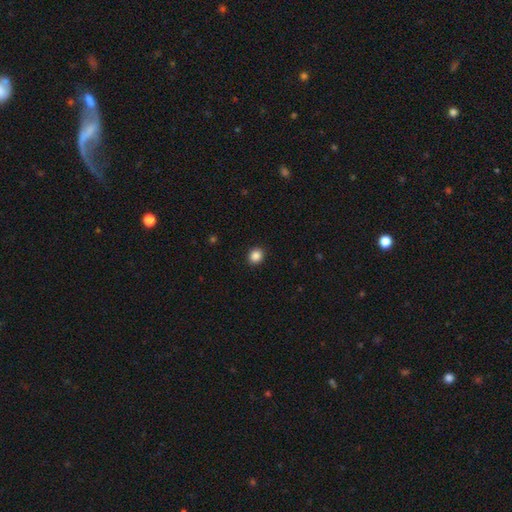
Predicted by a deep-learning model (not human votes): Smooth or featured: smooth — 87% (star or artifact — 10%)
How rounded: round — 81% (in between — 18%)
Merging: none — 92% (minor disturbance — 5%)